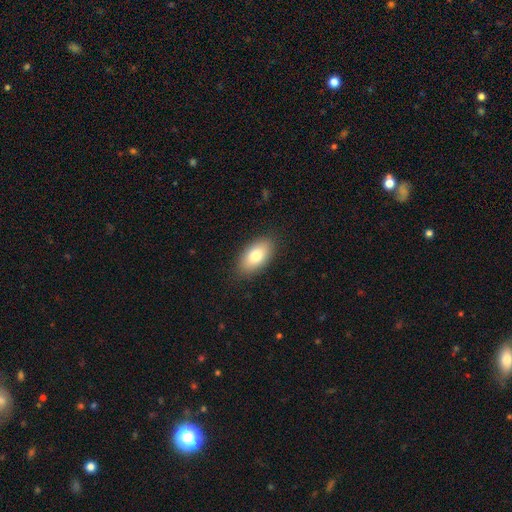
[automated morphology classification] smooth-or-featured: smooth: 79% | featured or disk: 14% | star or artifact: 7%
  how-rounded: in between: 93% | round: 4% | cigar-shaped: 3%
  merging: none: 88% | minor disturbance: 9% | major disturbance: 2% | merger: 1%